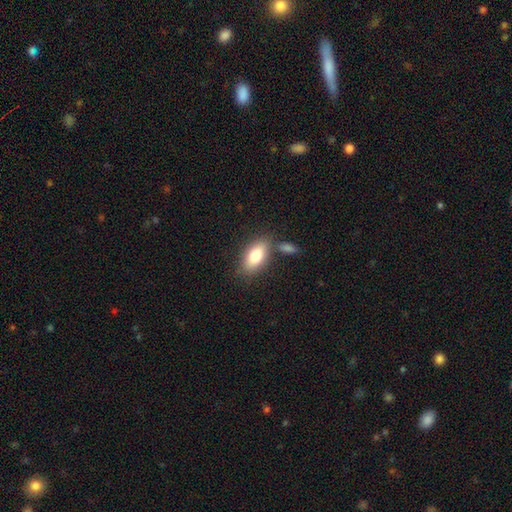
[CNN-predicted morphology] This appears to be a smooth galaxy with no disk features (78%) that is in between round and cigar-shaped (88%). Merging: none (70%).